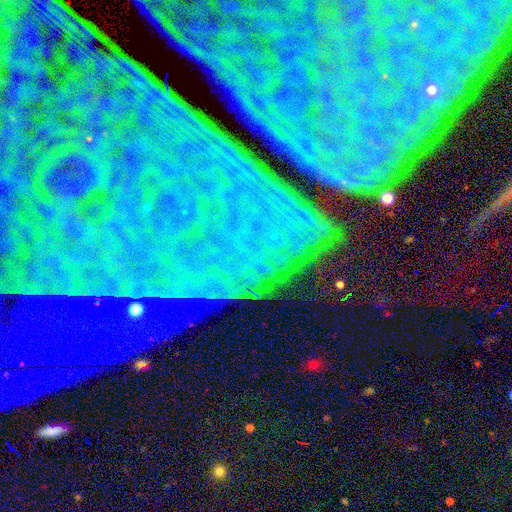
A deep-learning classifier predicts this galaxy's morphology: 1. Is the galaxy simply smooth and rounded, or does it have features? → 82% star or artifact, 10% featured or disk, 8% smooth.